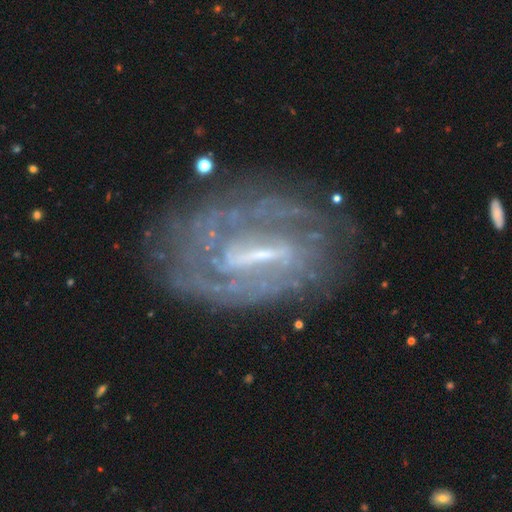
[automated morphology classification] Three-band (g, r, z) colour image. It shows a featured or disk galaxy (86%) with a strong bar (59%), tight (61%) spiral arms (86%) and a small central bulge (53%). Merging: none (72%).